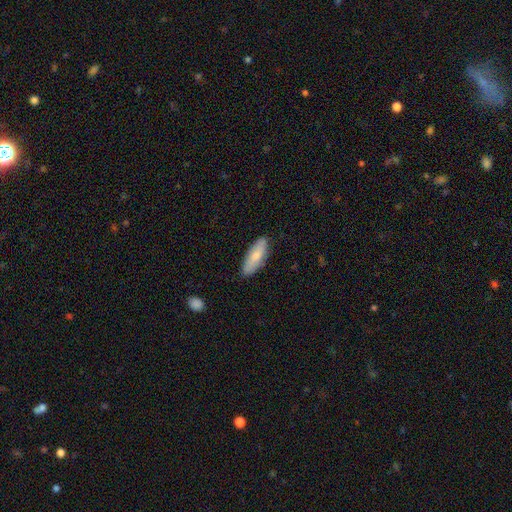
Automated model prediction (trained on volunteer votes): A smooth galaxy with no disk features (76%) that is in between round and cigar-shaped (61%).

Vote fractions:
- Smooth or featured? smooth: 76% / featured or disk: 19% / star or artifact: 6%
- How rounded? in between: 61% / cigar-shaped: 37% / round: 2%
- Merging? none: 84% / minor disturbance: 12% / major disturbance: 2% / merger: 1%